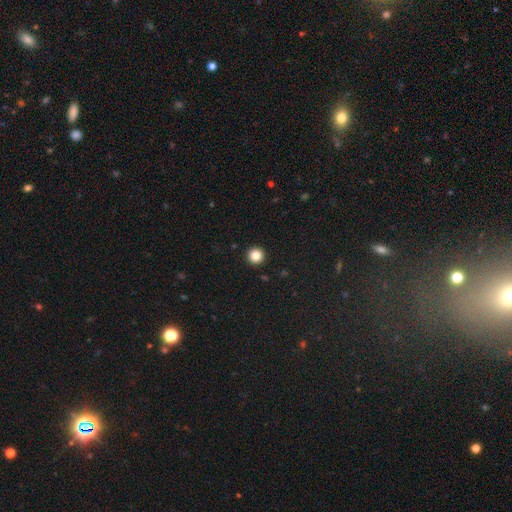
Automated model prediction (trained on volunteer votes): Smooth or featured? smooth (86%)
How rounded? round (96%)
Merging? none (94%)